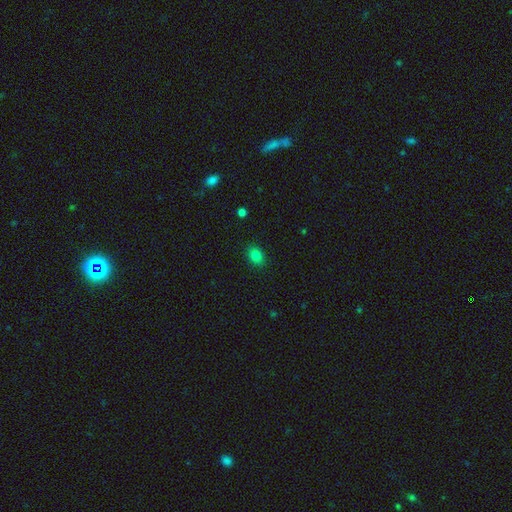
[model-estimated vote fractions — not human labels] A smooth galaxy with no disk features (83%) that is in between round and cigar-shaped (72%).

Vote fractions:
- Smooth or featured? smooth: 83% / star or artifact: 12% / featured or disk: 6%
- How rounded? in between: 72% / round: 27% / cigar-shaped: 1%
- Merging? none: 88% / minor disturbance: 9% / major disturbance: 2% / merger: 1%